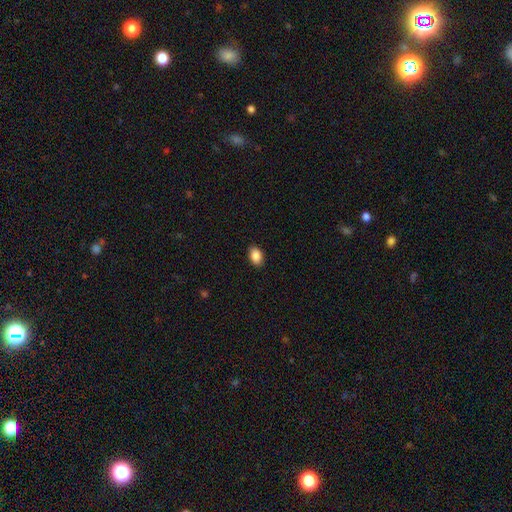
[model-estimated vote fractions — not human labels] Smooth or featured? Predicted: smooth (p=0.89). How rounded? Predicted: in between (p=0.85). Merging? Predicted: none (p=0.90).